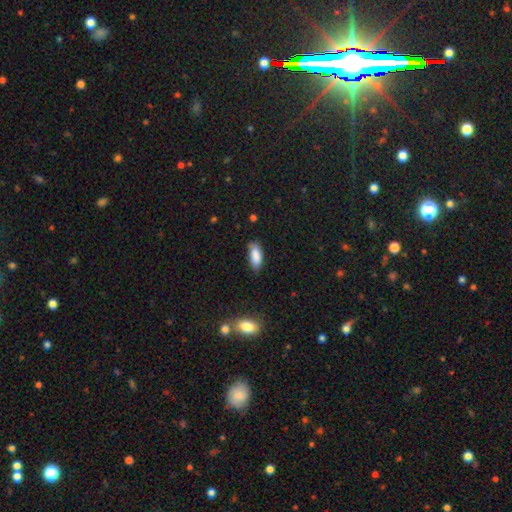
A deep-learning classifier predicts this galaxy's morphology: A smooth galaxy with no disk features (87%) that is in between round and cigar-shaped (82%).

Vote fractions:
- Smooth or featured? smooth: 87% / star or artifact: 7% / featured or disk: 6%
- How rounded? in between: 82% / cigar-shaped: 16% / round: 2%
- Merging? none: 72% / minor disturbance: 22% / major disturbance: 4% / merger: 2%